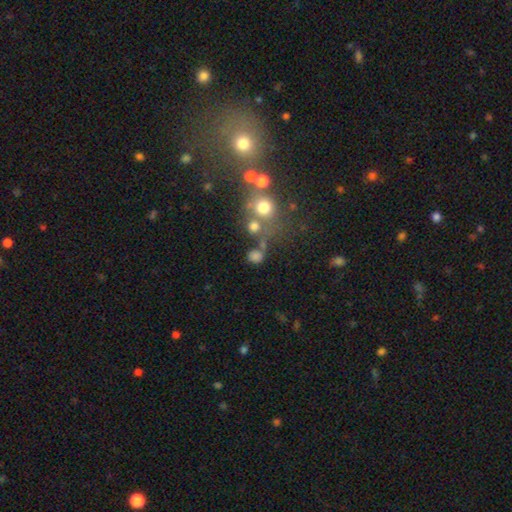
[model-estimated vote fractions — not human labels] smooth-or-featured: smooth: 73% | star or artifact: 17% | featured or disk: 9%
  how-rounded: round: 77% | in between: 21% | cigar-shaped: 2%
  merging: none: 57% | merger: 21% | minor disturbance: 12% | major disturbance: 10%